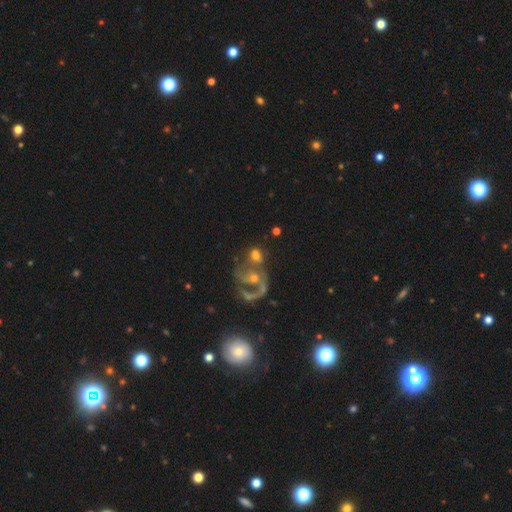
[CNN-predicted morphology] Q: Smooth or featured?
A: featured or disk (55%); runner-up: smooth (34%)
Q: Edge-on disk?
A: no (97%); runner-up: yes (3%)
Q: Bar?
A: no (67%); runner-up: weak (26%)
Q: Spiral arms?
A: yes (63%); runner-up: no (37%)
Q: Bulge size?
A: moderate (40%); runner-up: small (37%)
Q: Merging?
A: merger (50%); runner-up: none (22%)